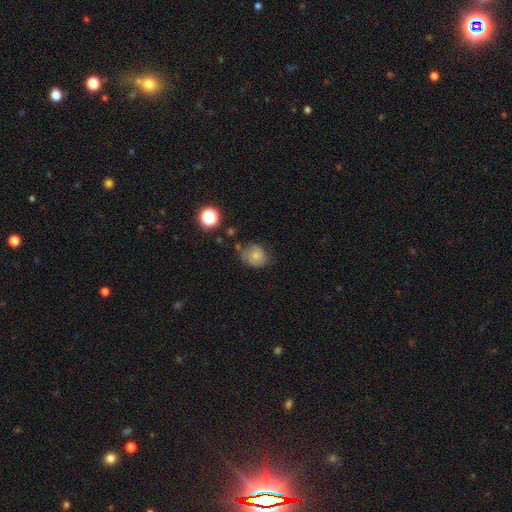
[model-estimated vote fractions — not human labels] This is likely a smooth galaxy (70%). How rounded: likely round (70%). Merging: possibly none (58%).